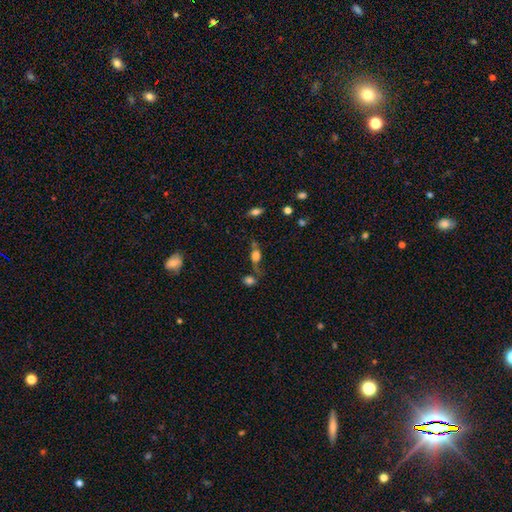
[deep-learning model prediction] smooth-or-featured: smooth: 65% | featured or disk: 19% | star or artifact: 16%
  how-rounded: in between: 66% | round: 27% | cigar-shaped: 7%
  merging: none: 40% | merger: 23% | minor disturbance: 19% | major disturbance: 17%